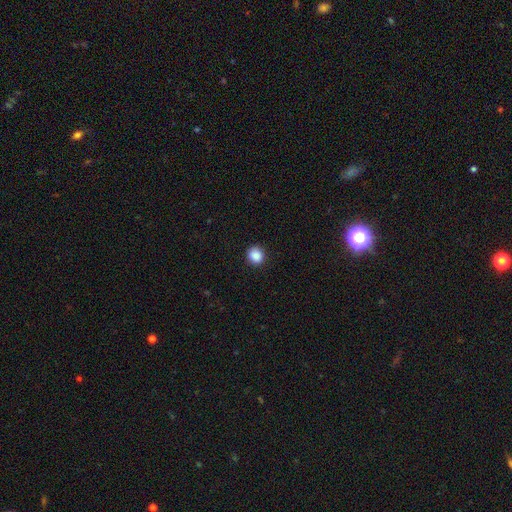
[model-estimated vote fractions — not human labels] This is clearly a smooth galaxy (88%). How rounded: clearly round (82%). Merging: clearly none (89%).